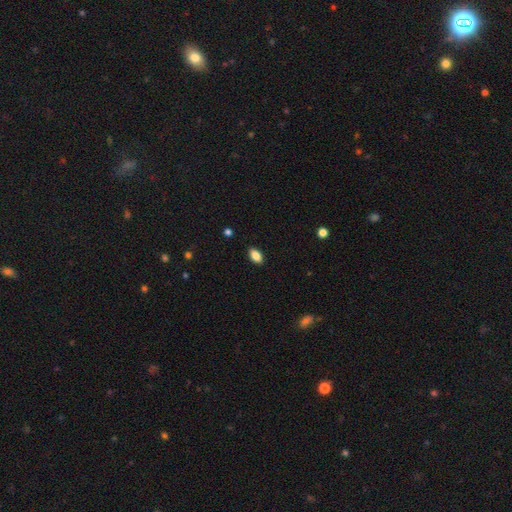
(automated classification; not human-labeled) Smooth or featured: smooth — 86% (star or artifact — 8%)
How rounded: in between — 91% (round — 5%)
Merging: none — 88% (minor disturbance — 9%)